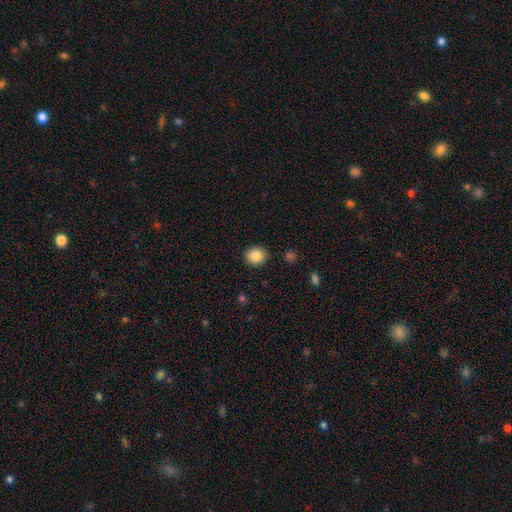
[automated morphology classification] A smooth galaxy with no disk features (85%) that is round (77%). Merging: none (90%).